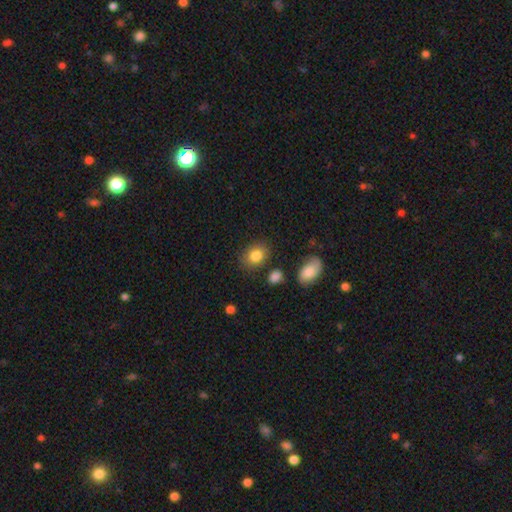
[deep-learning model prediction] A smooth galaxy with no disk features (84%) that is in between round and cigar-shaped (58%). Merging: none (80%).